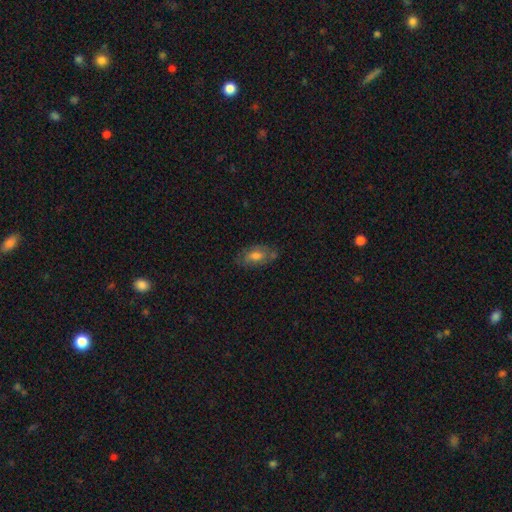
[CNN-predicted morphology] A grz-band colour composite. It shows a smooth galaxy with no disk features (58%) that is in between round and cigar-shaped (89%). Merging: none (67%).